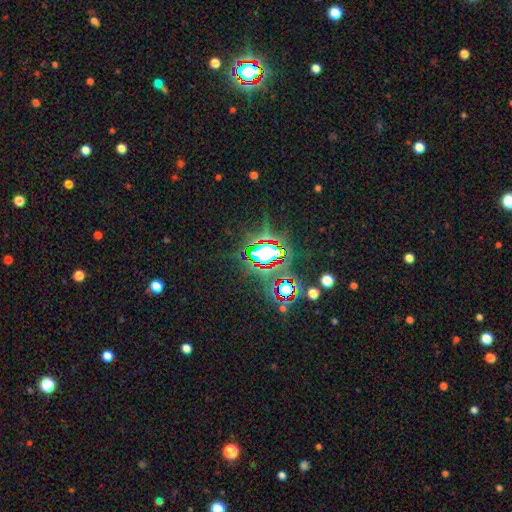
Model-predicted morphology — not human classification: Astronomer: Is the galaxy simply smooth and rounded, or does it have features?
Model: star or artifact — 83%.